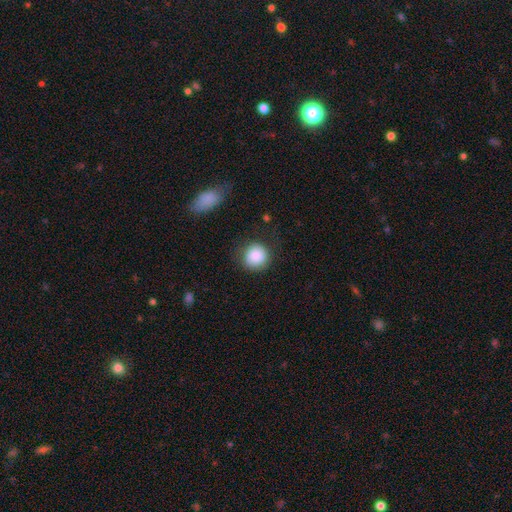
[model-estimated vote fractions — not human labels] Morphology: type=smooth (87%); roundness=round (91%); merging=none (81%).